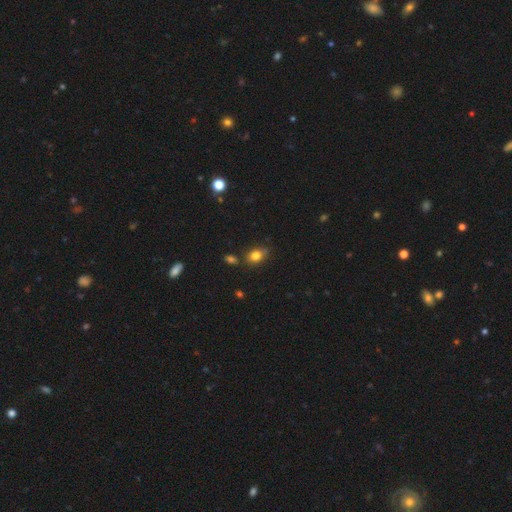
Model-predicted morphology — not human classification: A smooth galaxy with no disk features (81%) that is in between round and cigar-shaped (72%). Merging: none (72%).